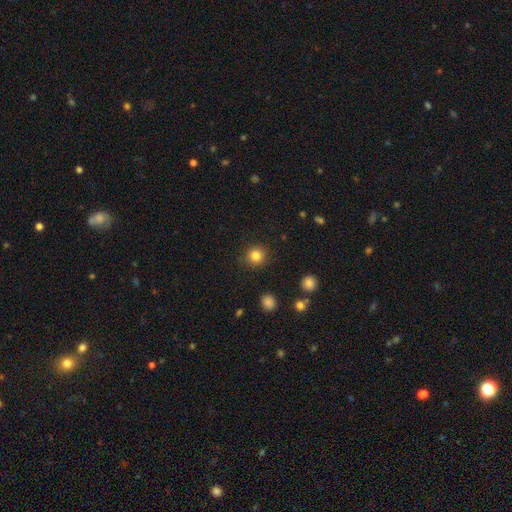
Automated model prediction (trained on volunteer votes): Q: Smooth or featured?
A: smooth (83%); runner-up: star or artifact (12%)
Q: How rounded?
A: round (92%); runner-up: in between (7%)
Q: Merging?
A: none (90%); runner-up: minor disturbance (6%)